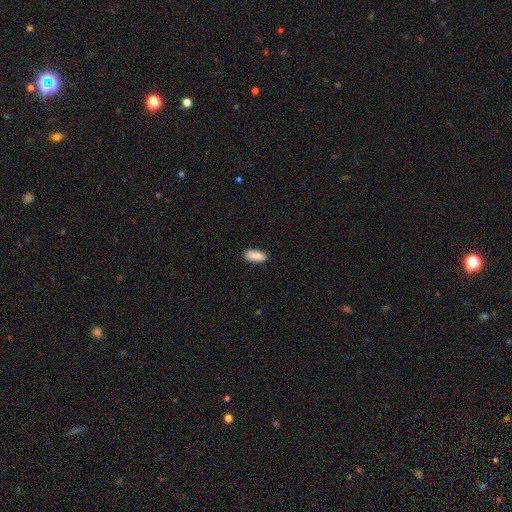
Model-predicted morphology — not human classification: smooth_or_featured: smooth (p=0.88) [alt: star or artifact p=0.06]
how_rounded: in between (p=0.79) [alt: cigar-shaped p=0.19]
merging: none (p=0.87) [alt: minor disturbance p=0.10]